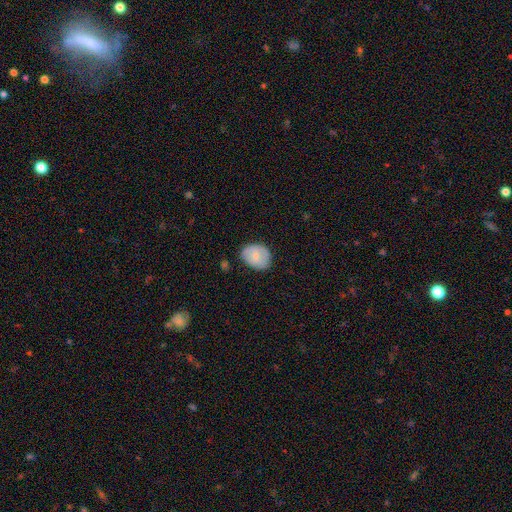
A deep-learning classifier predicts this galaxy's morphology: smooth-or-featured: smooth: 70% | featured or disk: 24% | star or artifact: 7%
  how-rounded: in between: 59% | round: 40% | cigar-shaped: 1%
  merging: none: 73% | minor disturbance: 21% | major disturbance: 4% | merger: 2%